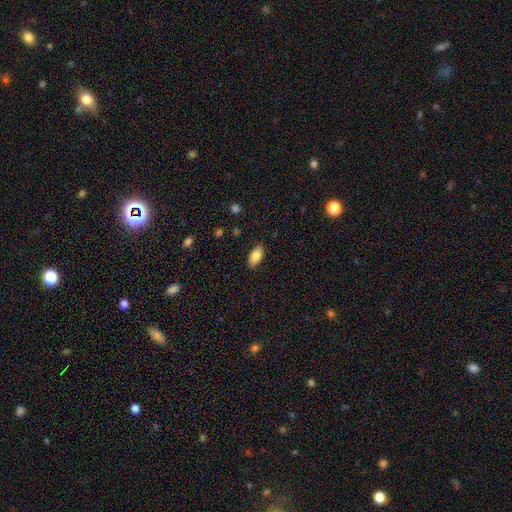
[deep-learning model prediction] Smooth or featured? smooth (83%)
How rounded? in between (92%)
Merging? none (87%)